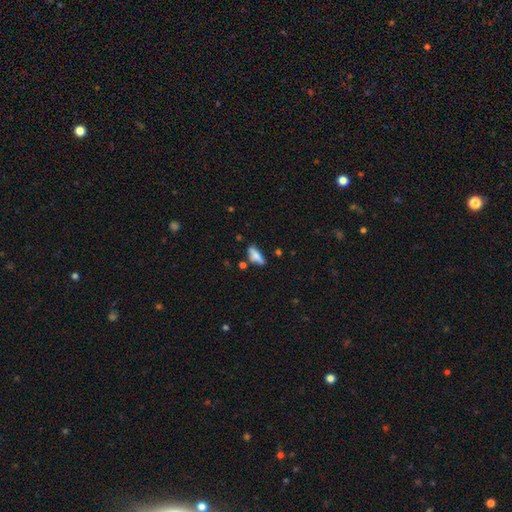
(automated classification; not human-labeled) A smooth galaxy with no disk features (70%) that is in between round and cigar-shaped (57%). Merging: none (59%).